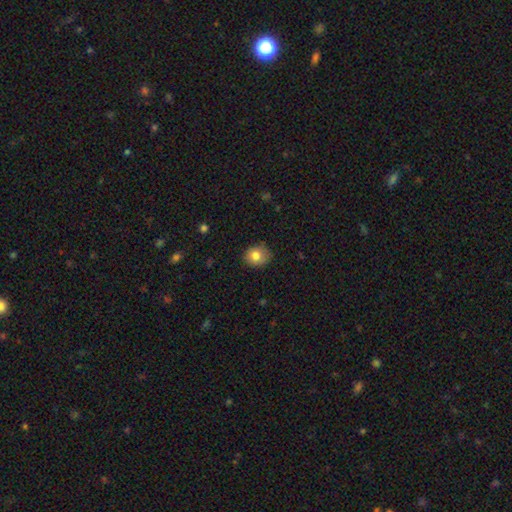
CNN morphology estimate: This appears to be a smooth galaxy with no disk features (80%) that is round (71%). Merging: none (80%).